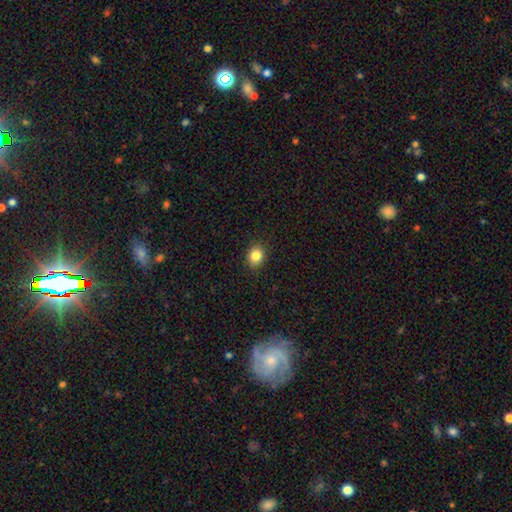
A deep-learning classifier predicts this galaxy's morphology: smooth-or-featured: smooth: 84% | star or artifact: 11% | featured or disk: 5%
  how-rounded: round: 67% | in between: 32% | cigar-shaped: 1%
  merging: none: 87% | minor disturbance: 9% | major disturbance: 2% | merger: 1%